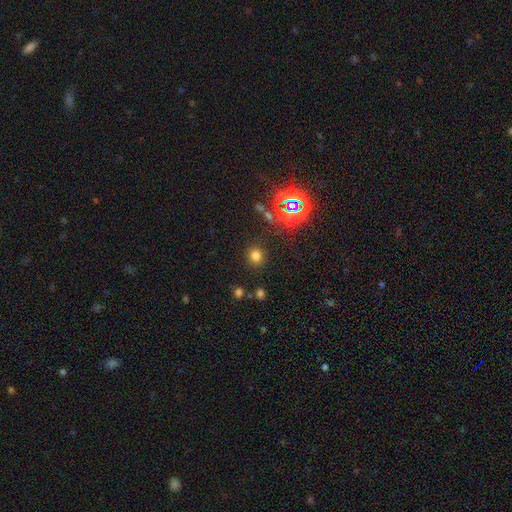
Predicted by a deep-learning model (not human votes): This is likely a smooth galaxy (70%). How rounded: likely round (78%). Merging: clearly none (85%).